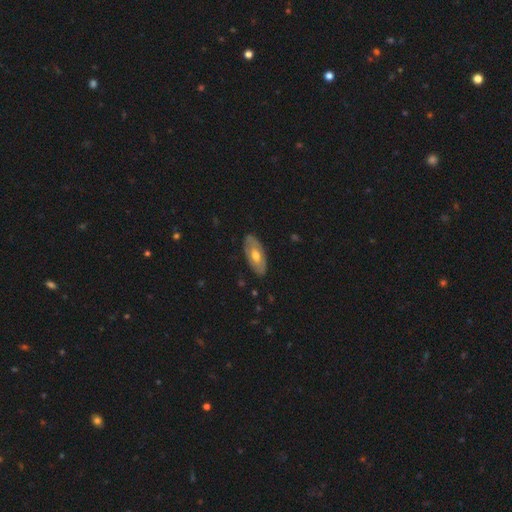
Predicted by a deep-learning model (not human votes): smooth 49%, featured or disk 46%, star or artifact 5%. Down the decision tree: merging — none (84%).